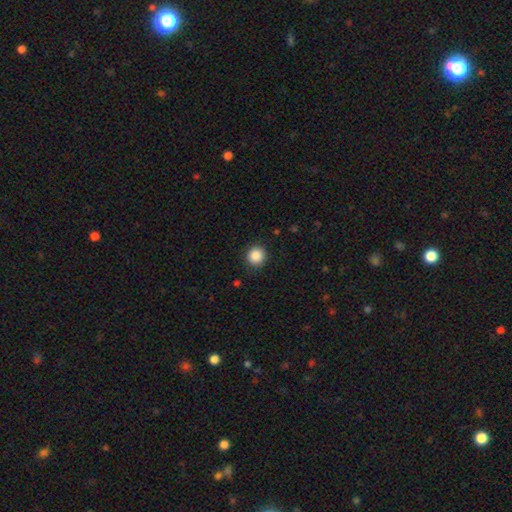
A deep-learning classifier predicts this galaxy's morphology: Smooth or featured? Predicted: smooth (p=0.88). How rounded? Predicted: round (p=0.93). Merging? Predicted: none (p=0.89).